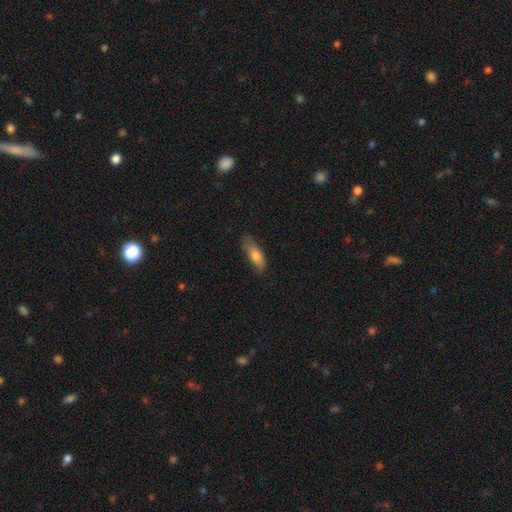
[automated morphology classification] Q: Smooth or featured?
A: smooth (78%); runner-up: featured or disk (15%)
Q: How rounded?
A: in between (62%); runner-up: cigar-shaped (36%)
Q: Merging?
A: none (68%); runner-up: minor disturbance (25%)